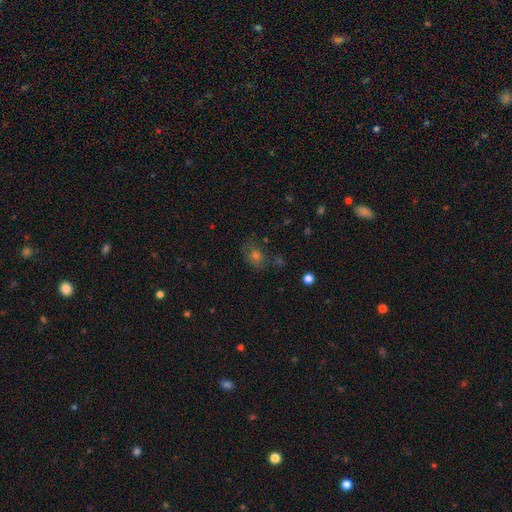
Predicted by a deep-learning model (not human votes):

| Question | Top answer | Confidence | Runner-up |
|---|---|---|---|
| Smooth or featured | smooth | 55% | star or artifact (29%) |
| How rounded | round | 50% | in between (48%) |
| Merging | none | 66% | minor disturbance (20%) |